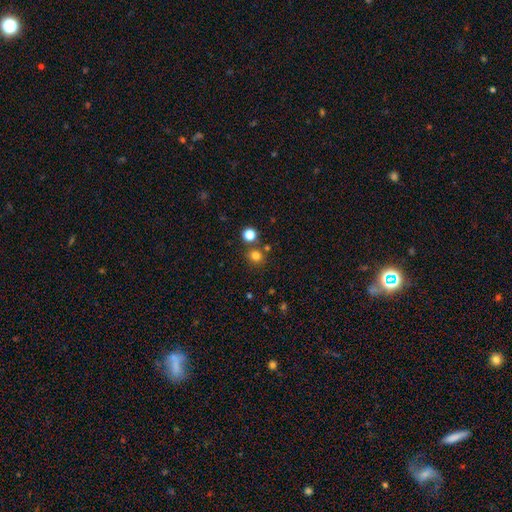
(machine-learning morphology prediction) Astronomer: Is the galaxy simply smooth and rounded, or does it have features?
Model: smooth — 78%.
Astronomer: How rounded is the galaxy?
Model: round — 88%.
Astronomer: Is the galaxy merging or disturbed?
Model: none — 77%.